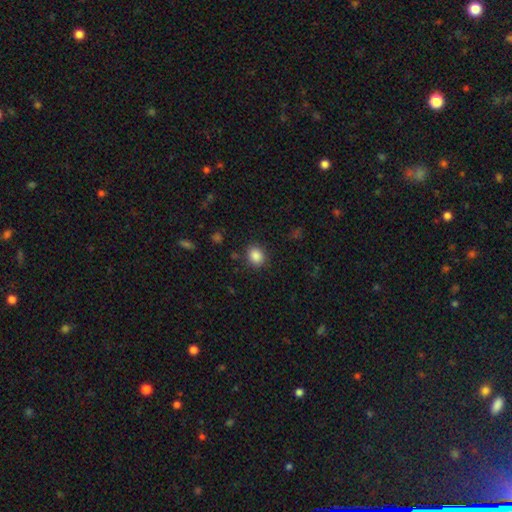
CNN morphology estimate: The model was most divided on "how rounded": round: 63%, in between: 36%, cigar-shaped: 1%. More confident: smooth or featured — smooth (86%); merging — none (86%).